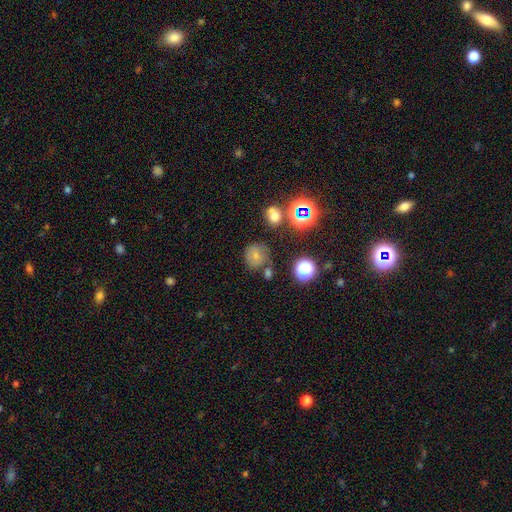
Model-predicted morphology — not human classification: smooth 62%, star or artifact 21%, featured or disk 16%. Down the decision tree: how rounded — round (81%); merging — none (66%).